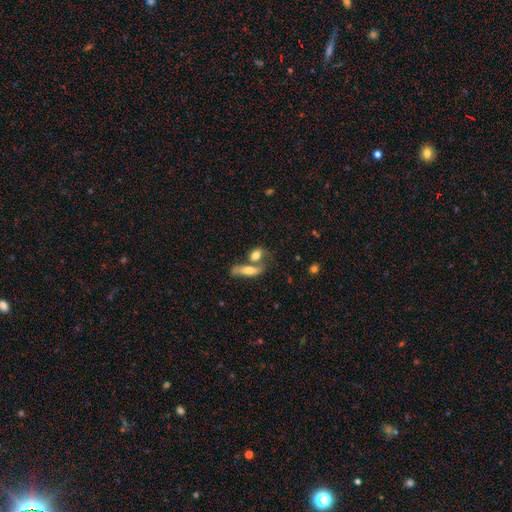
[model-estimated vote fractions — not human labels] Morphology: type=smooth (72%); roundness=in between (65%); merging=merger (49%).